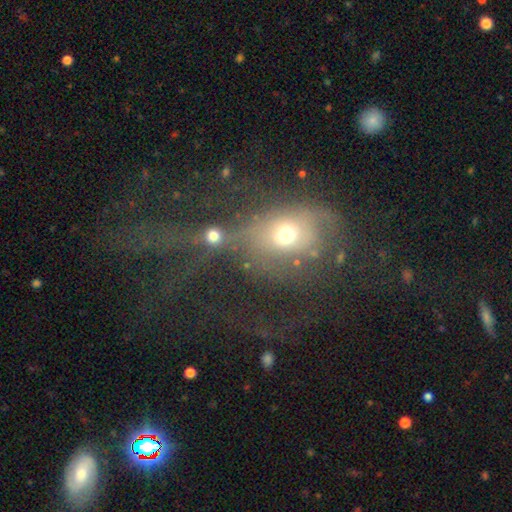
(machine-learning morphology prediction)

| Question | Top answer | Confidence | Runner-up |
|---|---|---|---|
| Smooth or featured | featured or disk | 45% | smooth (35%) |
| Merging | major disturbance | 52% | none (24%) |